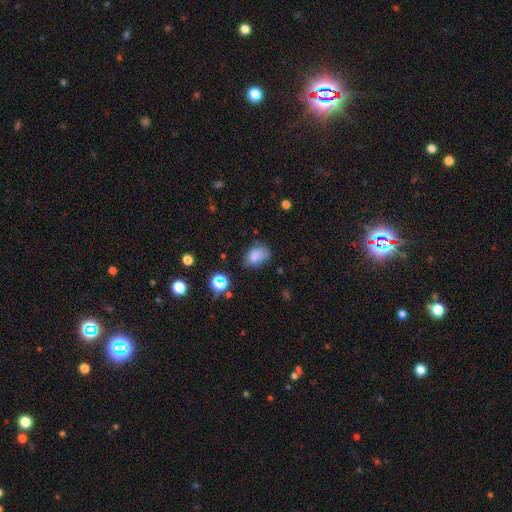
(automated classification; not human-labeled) Smooth or featured: smooth — 75% (star or artifact — 14%)
How rounded: in between — 77% (round — 22%)
Merging: none — 51% (minor disturbance — 30%)